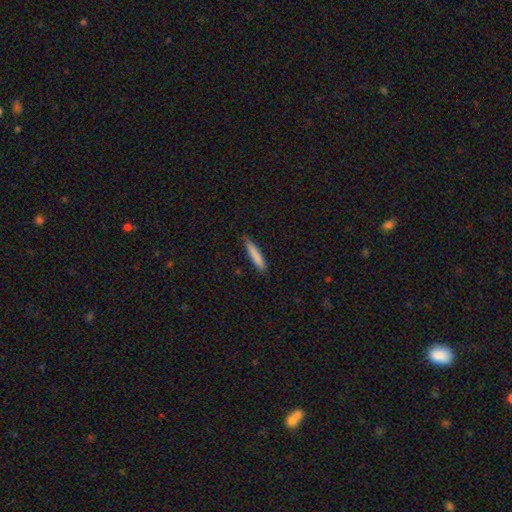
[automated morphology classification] Overall: smooth (83%). How rounded: cigar-shaped (90%). Merging: none (83%).